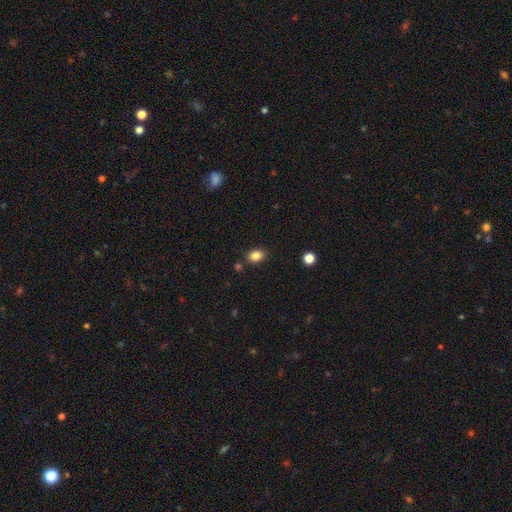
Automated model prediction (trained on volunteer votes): The model was most divided on "how rounded": in between: 70%, round: 29%, cigar-shaped: 1%. More confident: smooth or featured — smooth (85%); merging — none (83%).